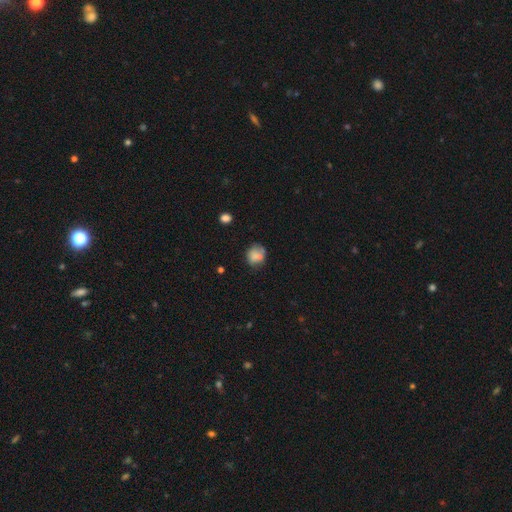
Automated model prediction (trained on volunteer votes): Smooth or featured? smooth (75%)
How rounded? round (72%)
Merging? none (55%)